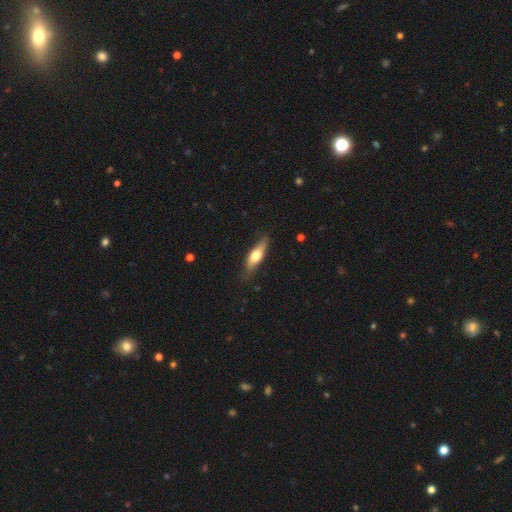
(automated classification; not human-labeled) Smooth or featured? smooth (59%)
How rounded? cigar-shaped (52%)
Merging? none (76%)